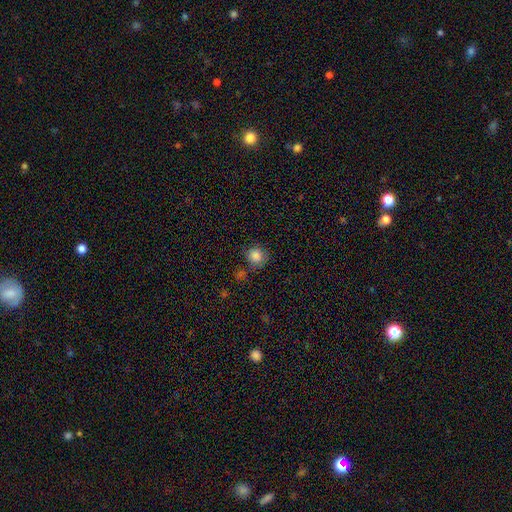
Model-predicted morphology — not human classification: Smooth or featured? Predicted: smooth (p=0.85). How rounded? Predicted: round (p=0.88). Merging? Predicted: none (p=0.72).